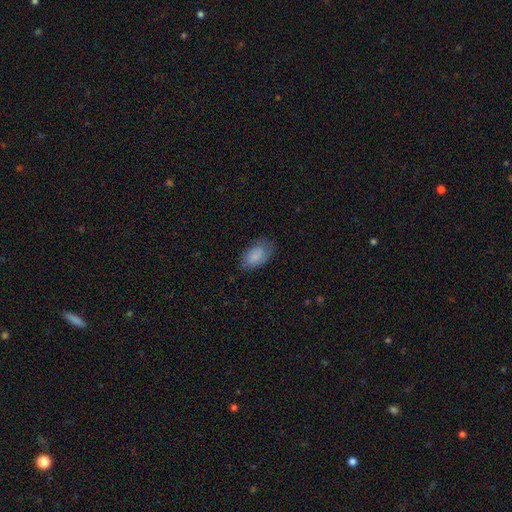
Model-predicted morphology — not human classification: type=smooth (81%); roundness=in between (93%); merging=none (66%).